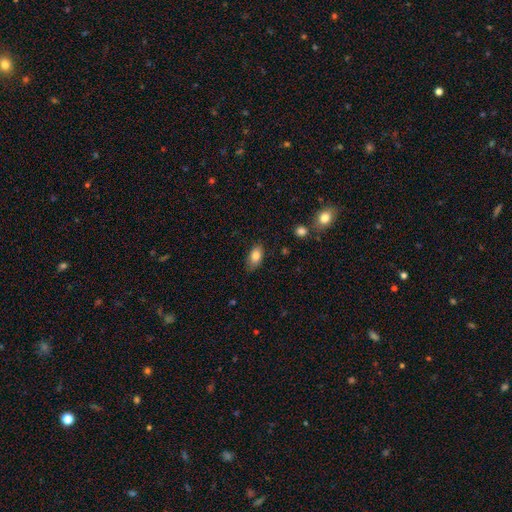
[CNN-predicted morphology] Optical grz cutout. It shows a smooth galaxy with no disk features (82%) that is in between round and cigar-shaped (89%). Merging: none (77%).